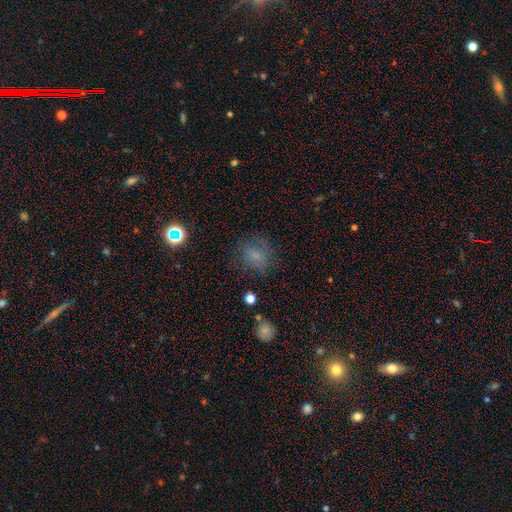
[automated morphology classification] Smooth or featured: smooth — 69% (star or artifact — 16%)
How rounded: round — 64% (in between — 35%)
Merging: none — 72% (minor disturbance — 17%)